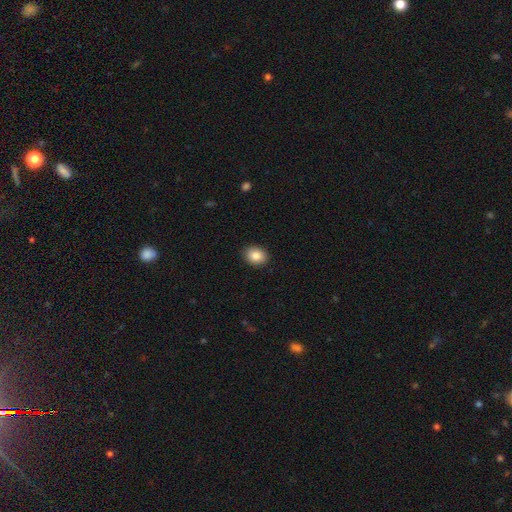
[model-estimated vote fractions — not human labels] Overall: smooth (87%). How rounded: in between (54%; round 46%). Merging: none (90%).